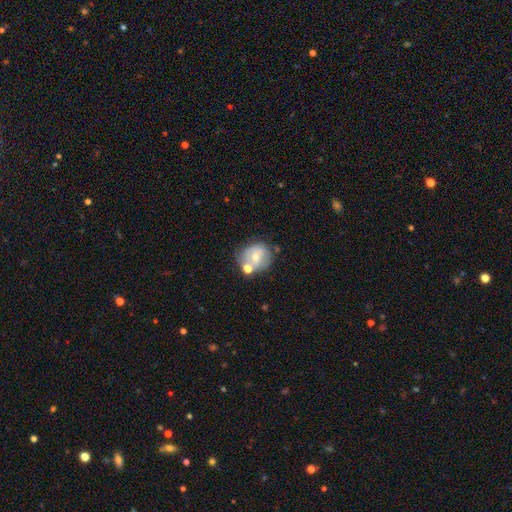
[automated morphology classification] smooth_or_featured: smooth (p=0.56) [alt: featured or disk p=0.35]
how_rounded: round (p=0.78) [alt: in between p=0.21]
merging: none (p=0.50) [alt: merger p=0.25]